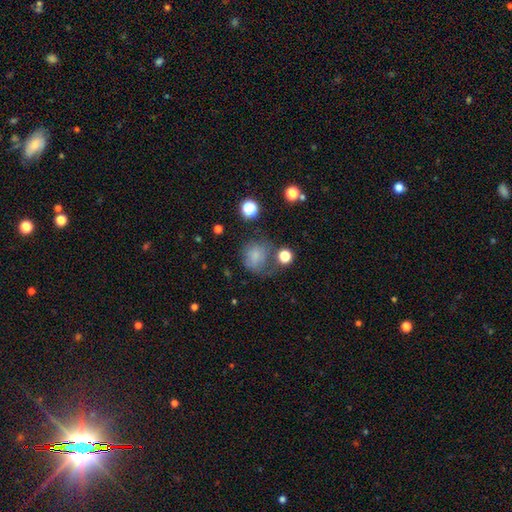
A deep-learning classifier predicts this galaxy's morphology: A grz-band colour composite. It shows a smooth galaxy with no disk features (69%) that is round (75%). Merging: none (46%).